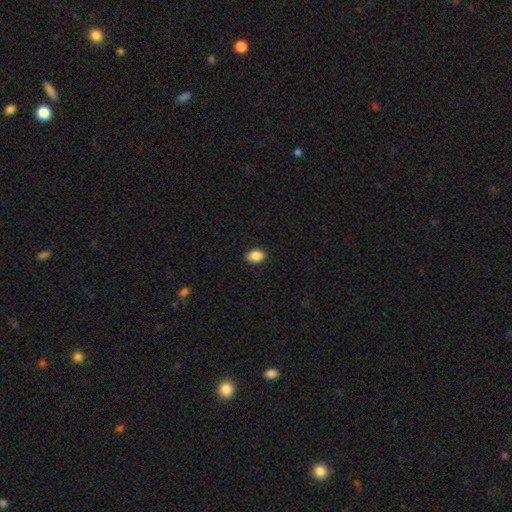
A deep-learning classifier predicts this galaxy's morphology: Overall: smooth (88%). How rounded: in between (80%). Merging: none (89%).